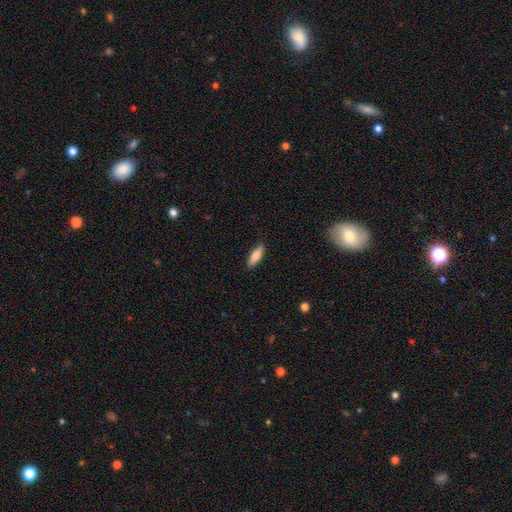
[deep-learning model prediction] Smooth or featured? smooth (80%)
How rounded? cigar-shaped (53%)
Merging? none (87%)